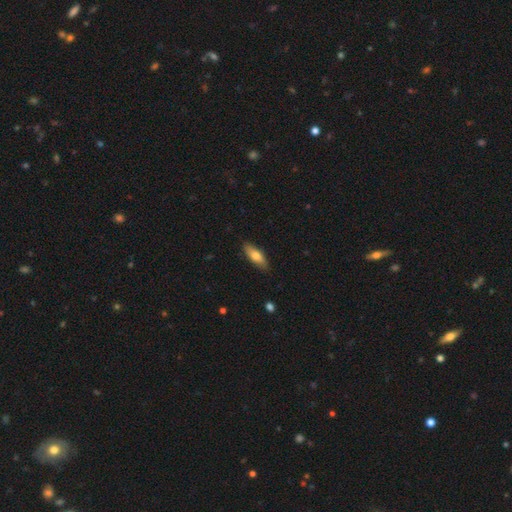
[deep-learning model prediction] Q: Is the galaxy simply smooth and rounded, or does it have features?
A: smooth — 71%.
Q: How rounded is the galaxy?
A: in between — 59%.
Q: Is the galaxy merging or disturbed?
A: none — 85%.